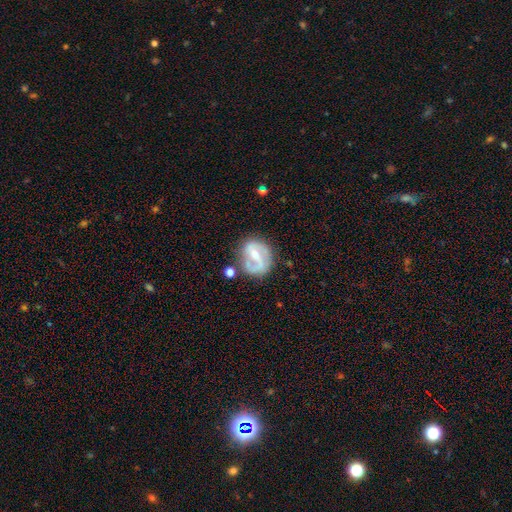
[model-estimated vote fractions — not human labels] Q: Smooth or featured?
A: featured or disk (72%); runner-up: smooth (21%)
Q: Edge-on disk?
A: no (97%); runner-up: yes (3%)
Q: Bar?
A: weak (41%); runner-up: strong (39%)
Q: Spiral arms?
A: yes (77%); runner-up: no (23%)
Q: Spiral winding?
A: medium (44%); runner-up: tight (29%)
Q: Spiral arm count?
A: 2 (70%); runner-up: 1 (14%)
Q: Bulge size?
A: moderate (46%); runner-up: small (45%)
Q: Merging?
A: none (61%); runner-up: minor disturbance (21%)